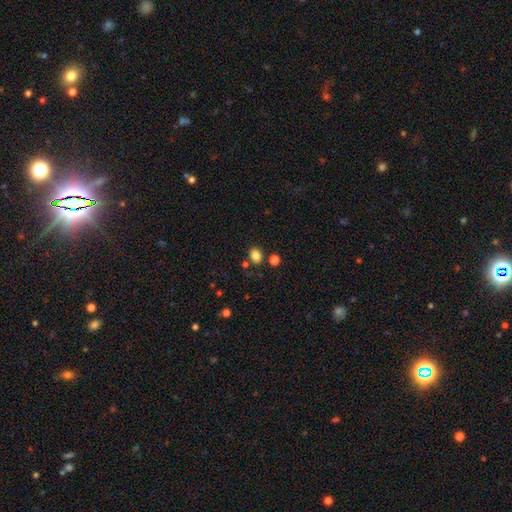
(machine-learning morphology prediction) This is clearly a smooth galaxy (83%). How rounded: possibly in between (56%). Merging: likely none (78%).